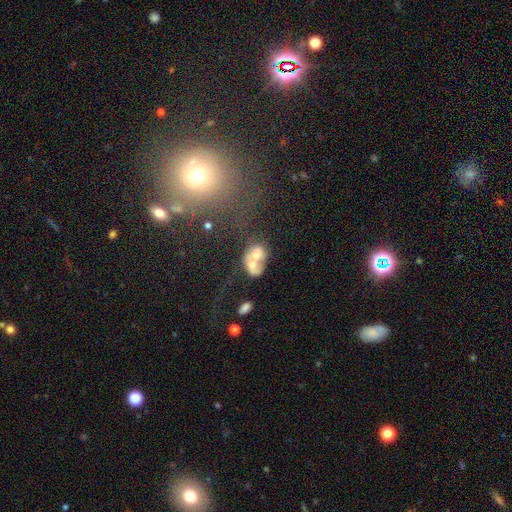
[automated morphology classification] smooth 47%, featured or disk 42%, star or artifact 11%. Down the decision tree: merging — merger (73%).